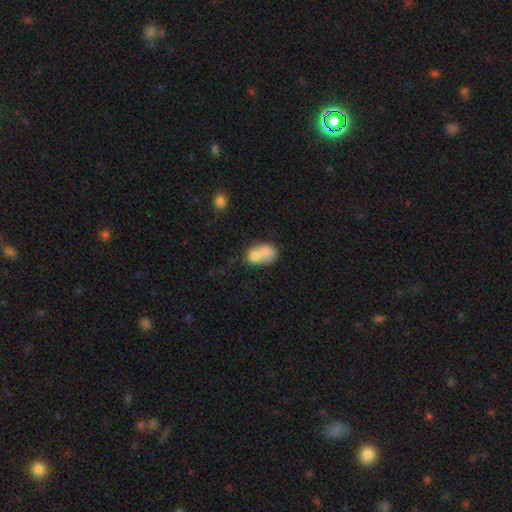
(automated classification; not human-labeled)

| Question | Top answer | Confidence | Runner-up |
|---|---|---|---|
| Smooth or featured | smooth | 73% | featured or disk (19%) |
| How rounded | in between | 72% | round (26%) |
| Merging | merger | 57% | none (26%) |